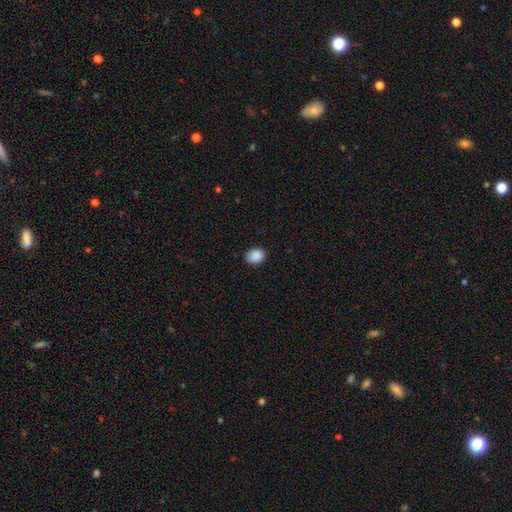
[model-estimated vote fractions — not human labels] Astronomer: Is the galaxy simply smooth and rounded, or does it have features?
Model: smooth — 89%.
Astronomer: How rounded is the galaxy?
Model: in between — 56% (runner-up: round, 43%).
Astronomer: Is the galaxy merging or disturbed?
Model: none — 87%.